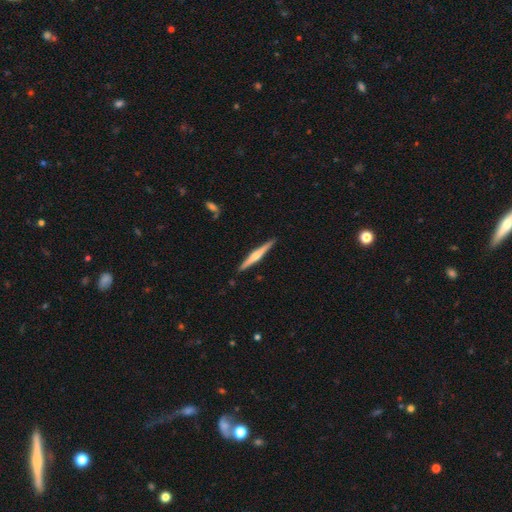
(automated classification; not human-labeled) The model was most divided on "smooth or featured": featured or disk: 68%, smooth: 27%, star or artifact: 5%. More confident: edge-on disk — yes (98%); merging — none (91%); edge-on bulge — rounded (83%).